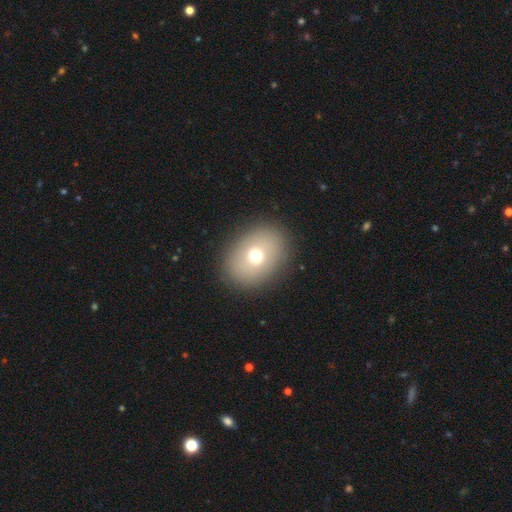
smooth 67%, featured or disk 25%, star or artifact 8%. Down the decision tree: how rounded — in between (71%); merging — none (85%).